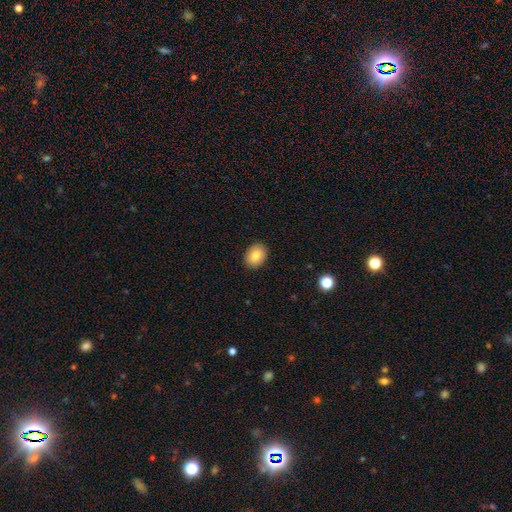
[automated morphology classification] The model was most divided on "how rounded": in between: 66%, round: 33%, cigar-shaped: 1%. More confident: merging — none (90%); smooth or featured — smooth (83%).